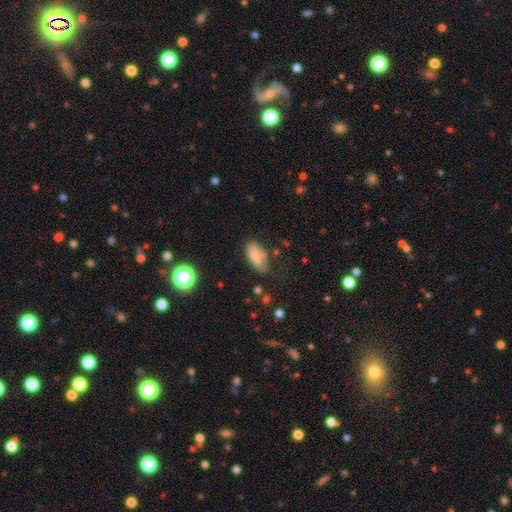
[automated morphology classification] Overall: smooth (79%). How rounded: in between (90%). Merging: none (58%; minor disturbance 30%).